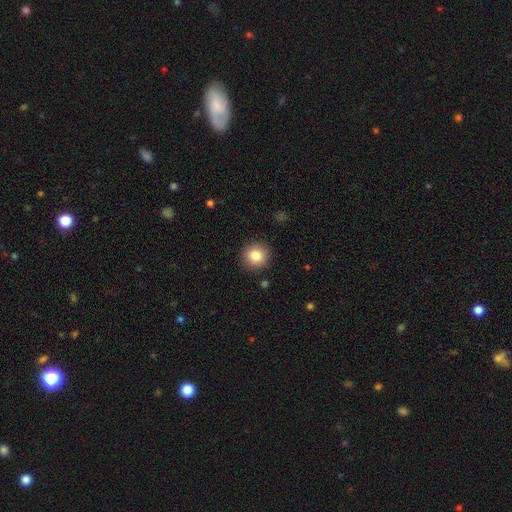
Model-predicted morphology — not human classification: smooth 83%, star or artifact 10%, featured or disk 7%. Down the decision tree: how rounded — round (94%); merging — none (91%).